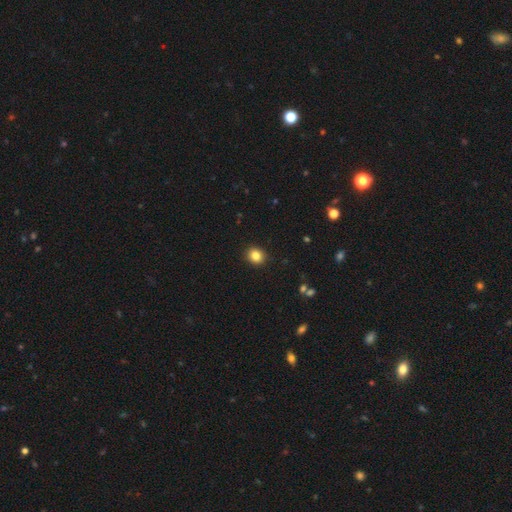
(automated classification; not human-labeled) This appears to be a smooth galaxy with no disk features (84%) that is round (78%). Merging: none (92%).